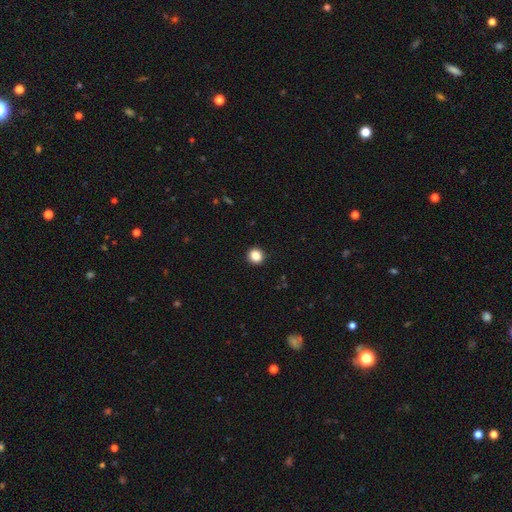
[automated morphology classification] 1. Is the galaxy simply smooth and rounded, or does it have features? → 86% smooth, 11% star or artifact, 4% featured or disk.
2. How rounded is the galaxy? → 91% round, 8% in between, 1% cigar-shaped.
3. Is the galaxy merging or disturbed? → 93% none, 5% minor disturbance, 2% major disturbance, 1% merger.